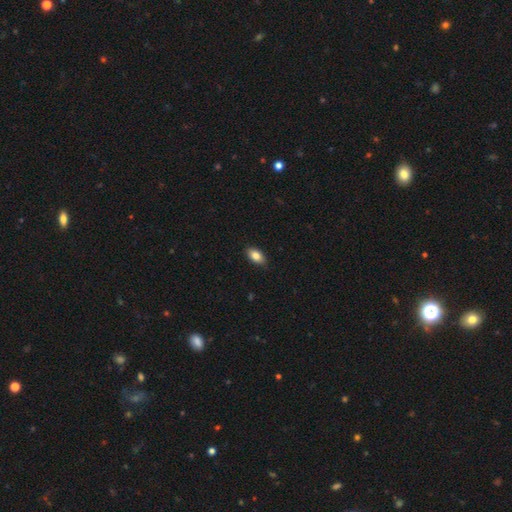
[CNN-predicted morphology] Smooth or featured: smooth — 84% (featured or disk — 9%)
How rounded: in between — 91% (round — 6%)
Merging: none — 88% (minor disturbance — 10%)